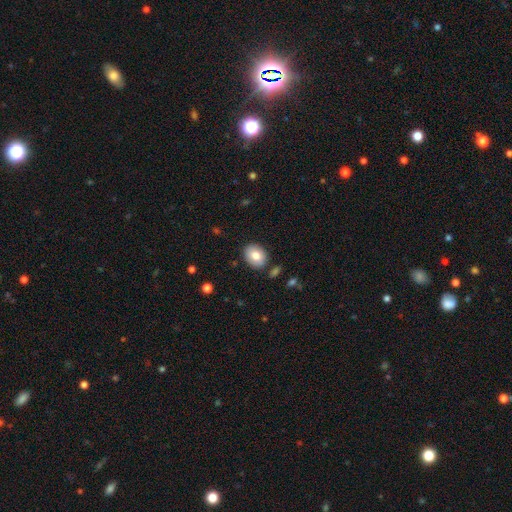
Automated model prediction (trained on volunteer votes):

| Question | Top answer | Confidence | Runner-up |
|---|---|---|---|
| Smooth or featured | smooth | 78% | featured or disk (15%) |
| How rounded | in between | 54% | round (45%) |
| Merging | none | 85% | minor disturbance (10%) |